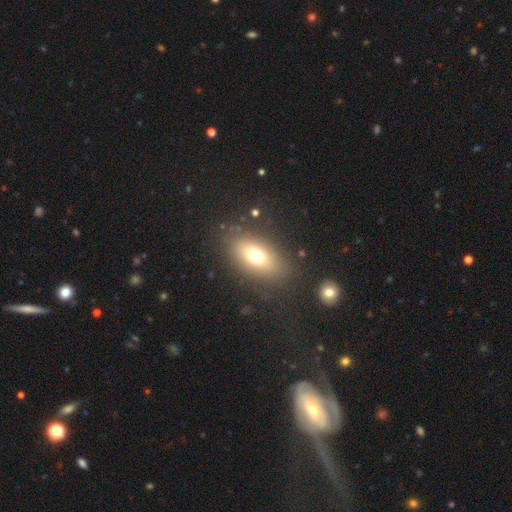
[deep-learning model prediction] Morphology: type=smooth (69%); roundness=in between (82%); merging=none (81%).